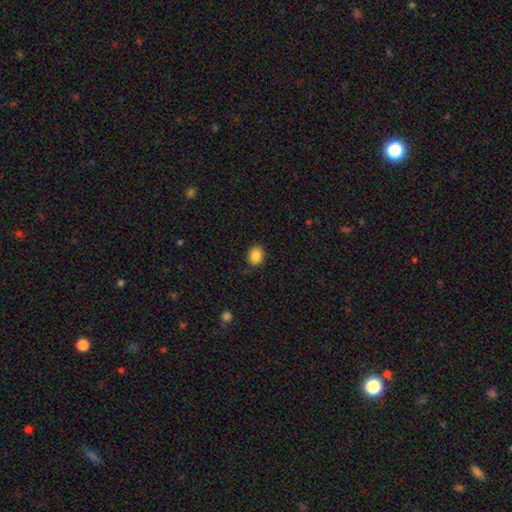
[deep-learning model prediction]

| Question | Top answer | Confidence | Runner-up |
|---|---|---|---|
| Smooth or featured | smooth | 85% | star or artifact (9%) |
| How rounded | round | 62% | in between (37%) |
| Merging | none | 85% | minor disturbance (12%) |